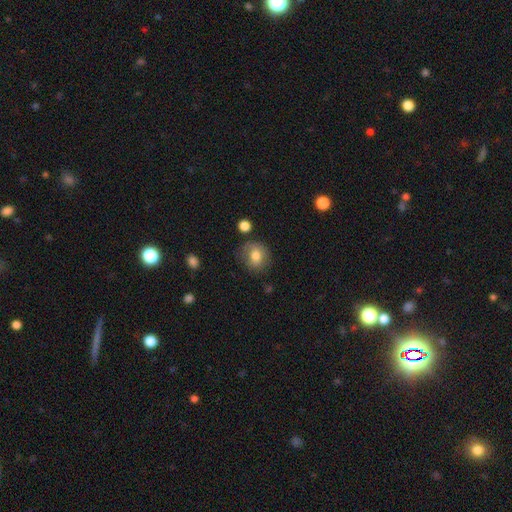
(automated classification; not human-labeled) This is likely a smooth galaxy (77%). How rounded: likely round (71%). Merging: likely none (70%).